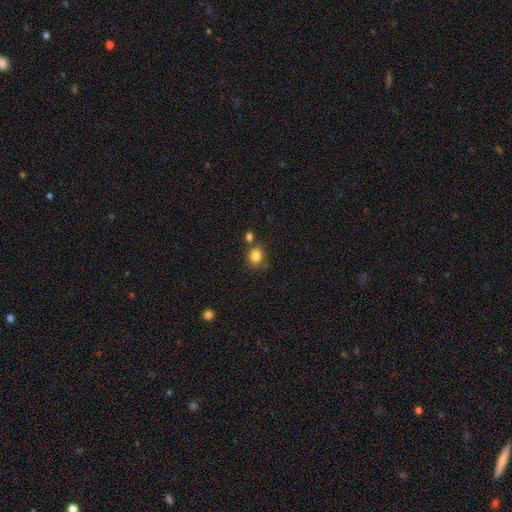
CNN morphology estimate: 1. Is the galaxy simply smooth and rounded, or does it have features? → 84% smooth, 10% star or artifact, 6% featured or disk.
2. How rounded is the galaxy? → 64% round, 35% in between, 1% cigar-shaped.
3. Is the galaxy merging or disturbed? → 65% none, 17% merger, 14% minor disturbance, 4% major disturbance.